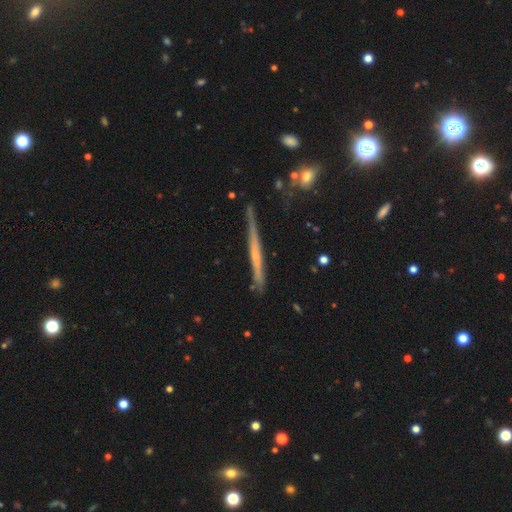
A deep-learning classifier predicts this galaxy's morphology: Smooth or featured: featured or disk — 65% (smooth — 28%)
Edge-on disk: yes — 96% (no — 4%)
Edge-on bulge: none — 64% (rounded — 30%)
Merging: none — 73% (minor disturbance — 21%)